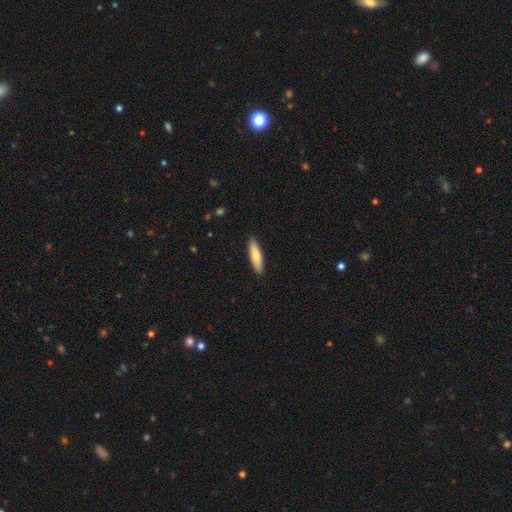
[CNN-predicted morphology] Q: Smooth or featured?
A: smooth (73%); runner-up: featured or disk (22%)
Q: How rounded?
A: cigar-shaped (73%); runner-up: in between (25%)
Q: Merging?
A: none (90%); runner-up: minor disturbance (7%)